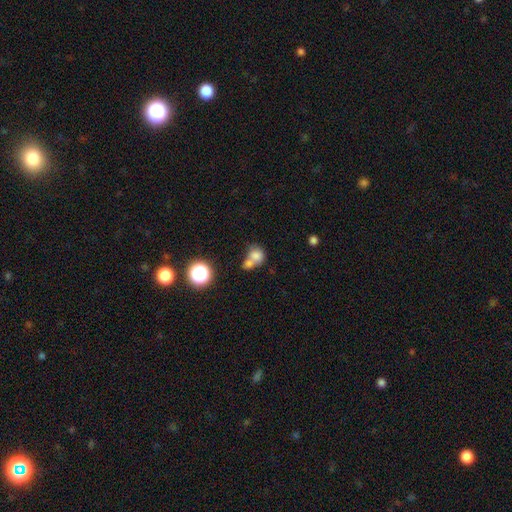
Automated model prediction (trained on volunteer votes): smooth-or-featured: smooth: 75% | featured or disk: 13% | star or artifact: 12%
  how-rounded: round: 65% | in between: 34% | cigar-shaped: 1%
  merging: merger: 62% | none: 26% | minor disturbance: 8% | major disturbance: 4%